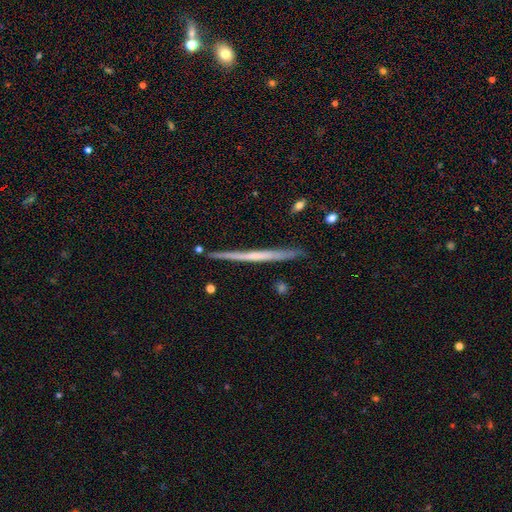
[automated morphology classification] smooth_or_featured: featured or disk (p=0.61) [alt: smooth p=0.33]
disk_edge_on: yes (p=0.98) [alt: no p=0.02]
edge_on_bulge: none (p=0.85) [alt: rounded p=0.10]
merging: none (p=0.87) [alt: minor disturbance p=0.09]